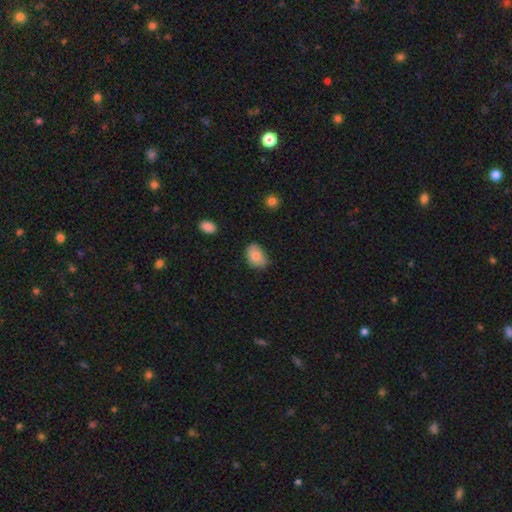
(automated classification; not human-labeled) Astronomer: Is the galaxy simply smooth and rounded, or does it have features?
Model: smooth — 78%.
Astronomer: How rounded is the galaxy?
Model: in between — 81%.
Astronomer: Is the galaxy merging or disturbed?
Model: none — 69%.